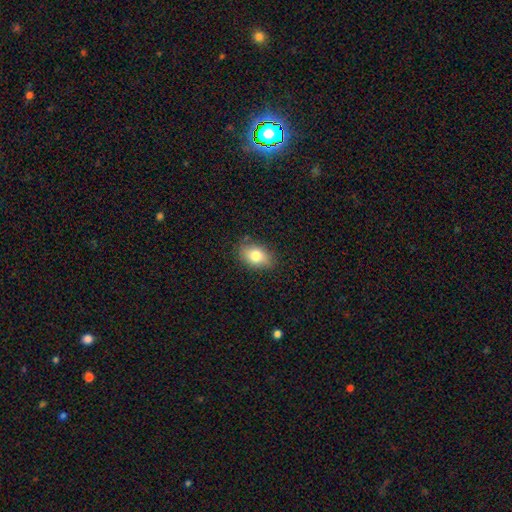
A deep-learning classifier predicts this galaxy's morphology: Smooth or featured?
  - smooth: 80% *
  - featured or disk: 12%
  - star or artifact: 8%
How rounded?
  - in between: 84% *
  - round: 14%
  - cigar-shaped: 2%
Merging?
  - none: 82% *
  - minor disturbance: 14%
  - major disturbance: 3%
  - merger: 1%